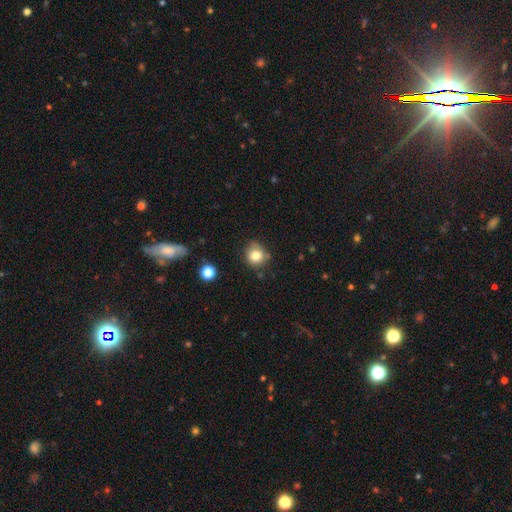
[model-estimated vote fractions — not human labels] Overall: smooth (81%). How rounded: round (83%). Merging: none (72%).